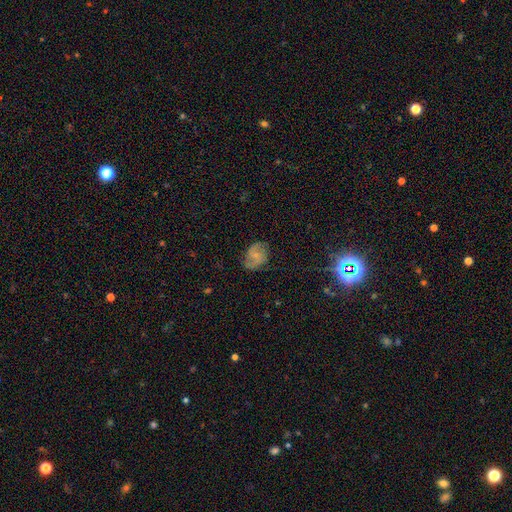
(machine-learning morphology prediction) type=featured or disk (61%); edge-on=no (97%); bar=no (52%); spiral arms=yes (90%); winding=medium (48%); arm count=2 (87%); bulge=small (56%); merging=none (73%).